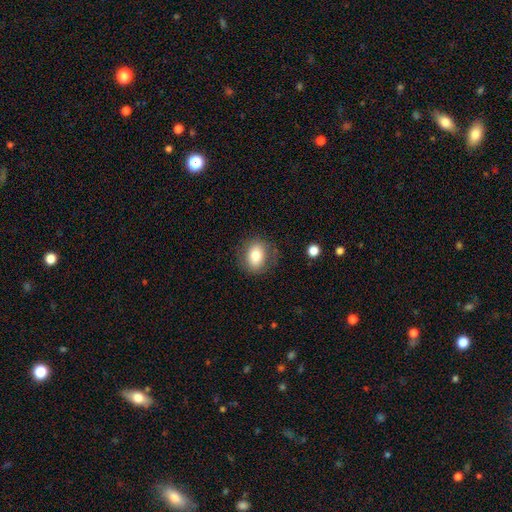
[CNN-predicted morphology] Q: Smooth or featured?
A: smooth (76%); runner-up: featured or disk (15%)
Q: How rounded?
A: in between (55%); runner-up: round (44%)
Q: Merging?
A: none (80%); runner-up: minor disturbance (14%)